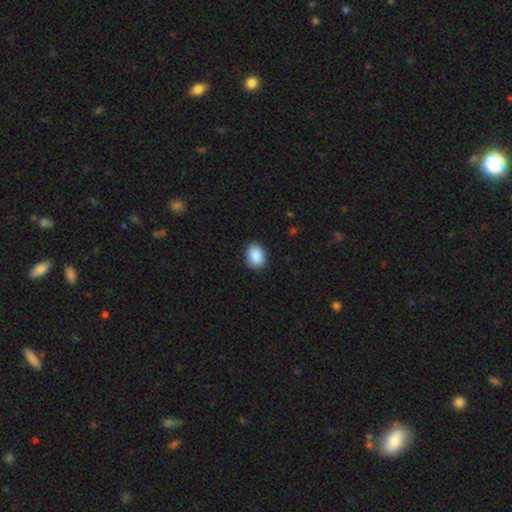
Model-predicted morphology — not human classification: Smooth or featured: smooth — 89% (star or artifact — 7%)
How rounded: in between — 58% (round — 41%)
Merging: none — 89% (minor disturbance — 8%)